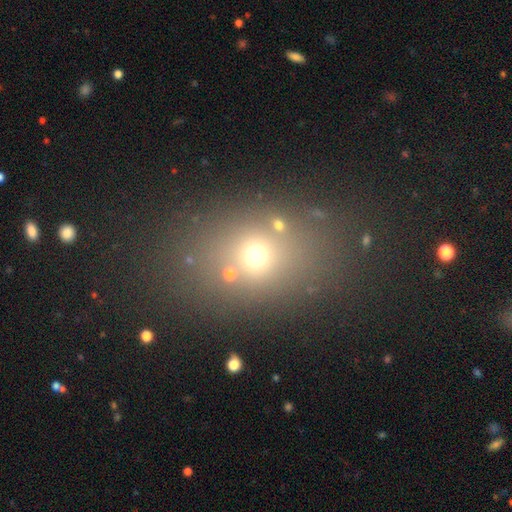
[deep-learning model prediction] A smooth galaxy with no disk features (63%) that is in between round and cigar-shaped (60%). Merging: none (77%).